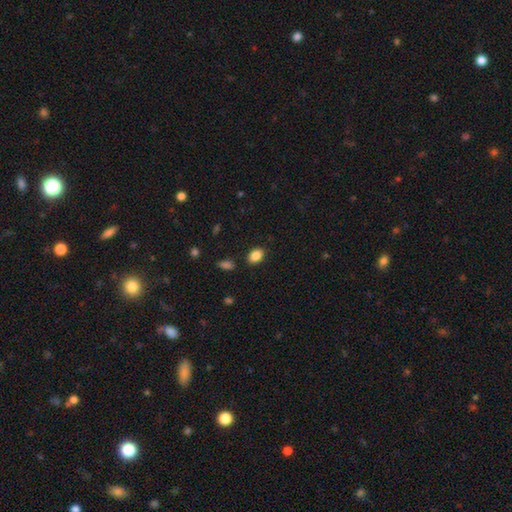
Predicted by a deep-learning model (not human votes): A smooth galaxy with no disk features (87%) that is in between round and cigar-shaped (84%). Merging: none (86%).